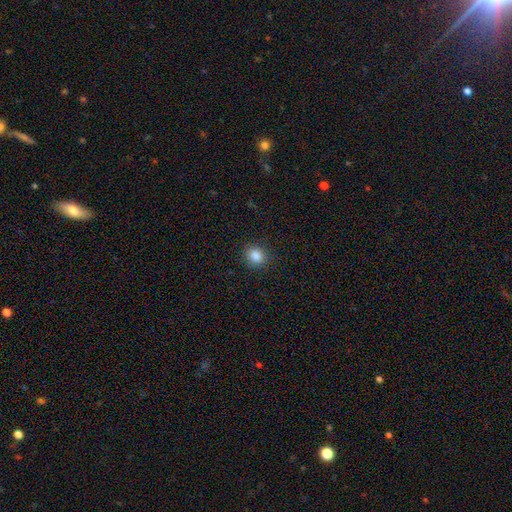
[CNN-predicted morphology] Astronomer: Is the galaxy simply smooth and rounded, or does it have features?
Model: smooth — 86%.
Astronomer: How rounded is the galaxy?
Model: round — 82%.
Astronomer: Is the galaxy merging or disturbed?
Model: none — 90%.